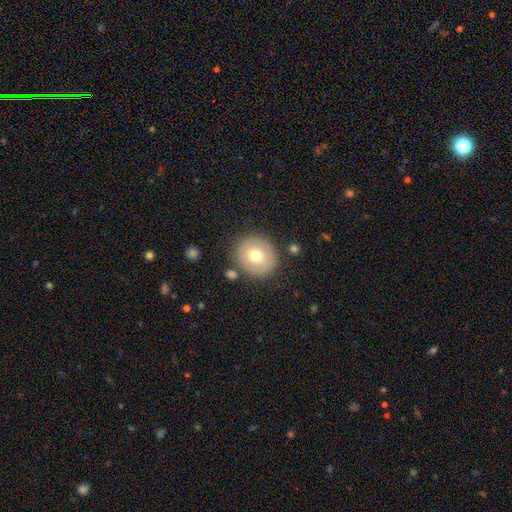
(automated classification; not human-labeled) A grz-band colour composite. It shows a smooth galaxy with no disk features (66%) that is round (87%). Merging: none (81%).